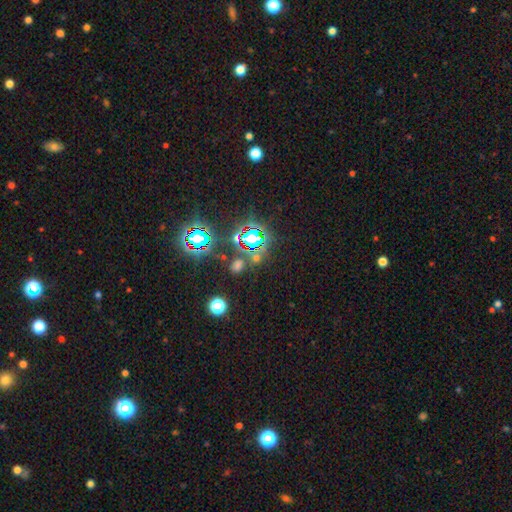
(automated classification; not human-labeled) Morphology: type=star or artifact (72%).